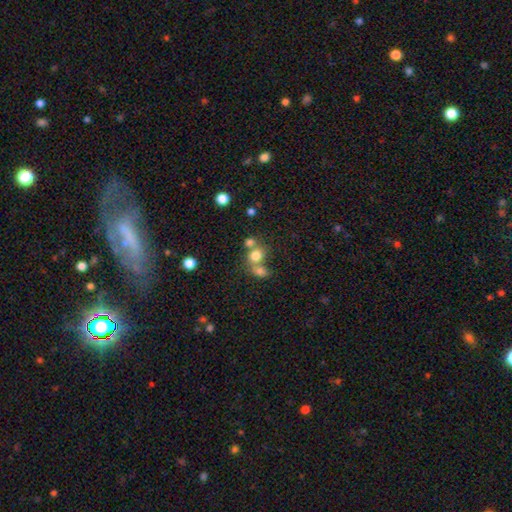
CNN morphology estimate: Smooth or featured? Predicted: smooth (p=0.76). How rounded? Predicted: round (p=0.71). Merging? Predicted: merger (p=0.49).